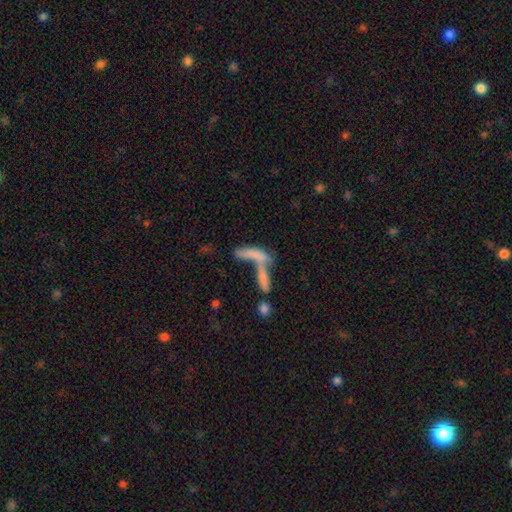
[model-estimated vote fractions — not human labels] smooth_or_featured: smooth (p=0.59) [alt: featured or disk p=0.28]
how_rounded: cigar-shaped (p=0.73) [alt: in between p=0.23]
merging: merger (p=0.59) [alt: none p=0.22]